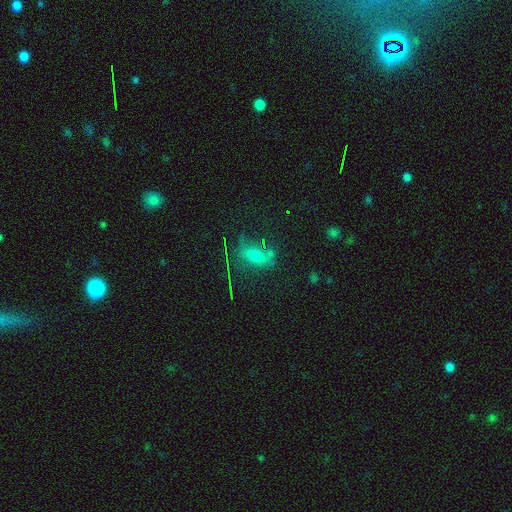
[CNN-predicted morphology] A smooth galaxy with no disk features (43%). Merging: none (59%).